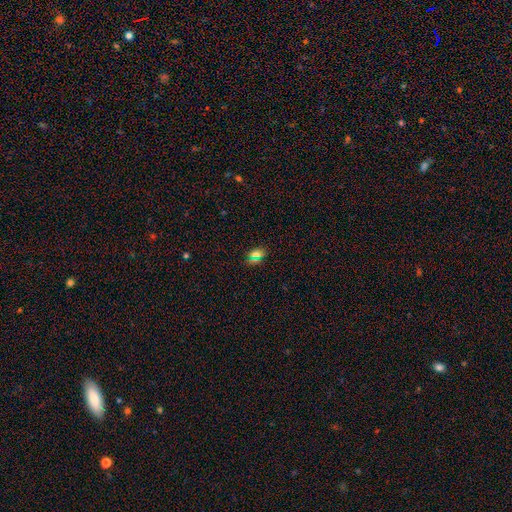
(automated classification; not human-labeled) The model was most divided on "smooth or featured": smooth: 63%, star or artifact: 28%, featured or disk: 9%. More confident: merging — none (86%); how rounded — in between (70%).